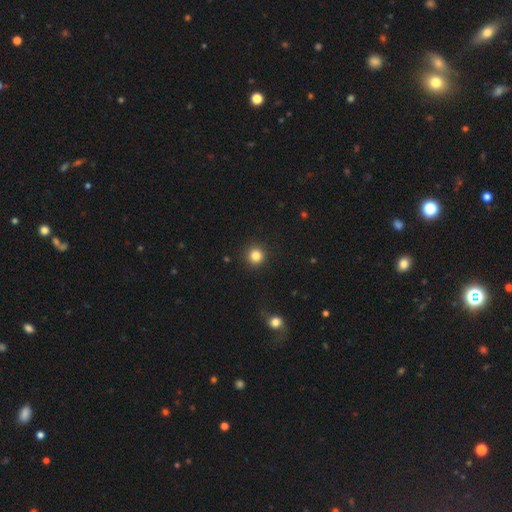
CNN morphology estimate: Smooth or featured?
  - smooth: 83% *
  - star or artifact: 12%
  - featured or disk: 5%
How rounded?
  - round: 95% *
  - in between: 4%
  - cigar-shaped: 1%
Merging?
  - none: 92% *
  - minor disturbance: 5%
  - major disturbance: 2%
  - merger: 1%